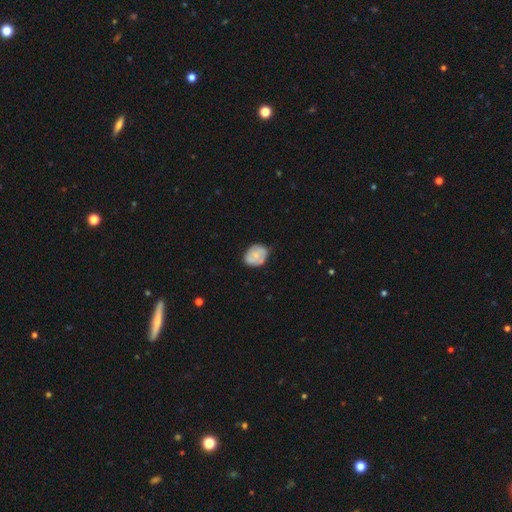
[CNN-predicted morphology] type=smooth (59%); roundness=in between (59%); merging=none (66%).